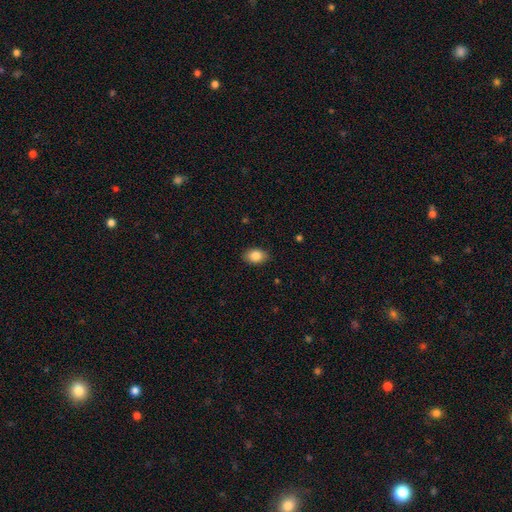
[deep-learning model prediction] This is clearly a smooth galaxy (86%). How rounded: clearly in between (84%). Merging: clearly none (87%).